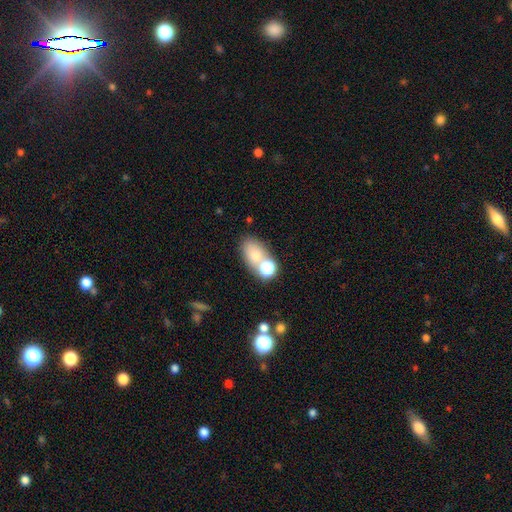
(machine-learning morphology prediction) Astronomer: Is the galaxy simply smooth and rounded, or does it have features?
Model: smooth — 73%.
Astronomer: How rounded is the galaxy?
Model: in between — 78%.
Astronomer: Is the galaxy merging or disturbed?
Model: none — 52% (runner-up: merger, 29%).